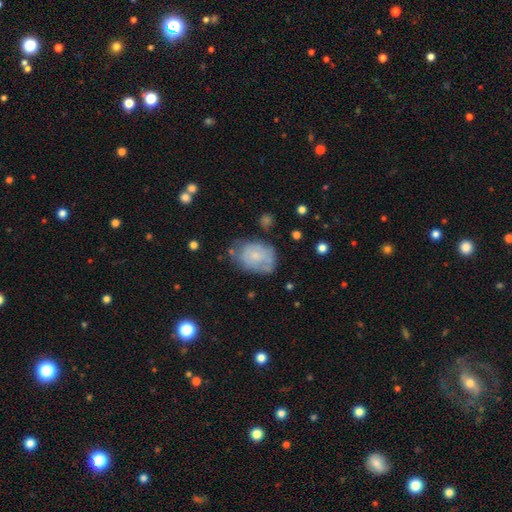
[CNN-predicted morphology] This is possibly a smooth galaxy (51%). How rounded: likely in between (72%). Merging: possibly none (47%).